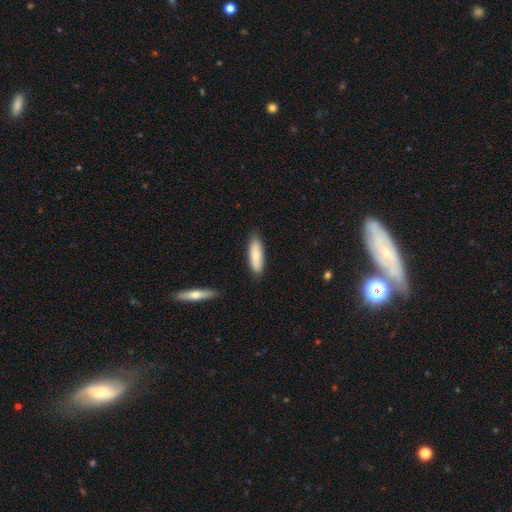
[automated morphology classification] A smooth galaxy with no disk features (84%) that is cigar-shaped (50%).

Vote fractions:
- Smooth or featured? smooth: 84% / featured or disk: 11% / star or artifact: 5%
- How rounded? cigar-shaped: 50% / in between: 48% / round: 1%
- Merging? none: 85% / minor disturbance: 12% / major disturbance: 2% / merger: 2%